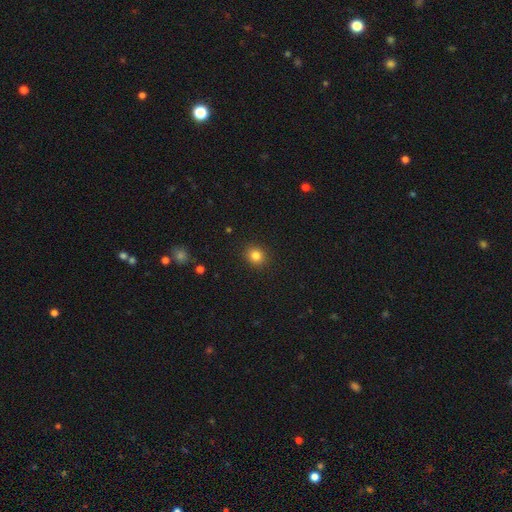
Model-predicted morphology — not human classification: Smooth or featured? smooth (83%)
How rounded? round (79%)
Merging? none (90%)